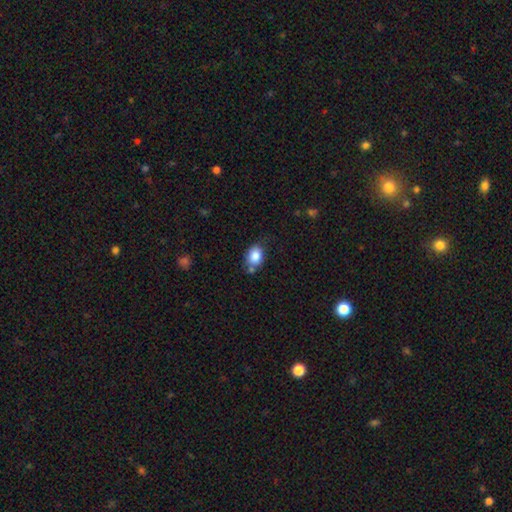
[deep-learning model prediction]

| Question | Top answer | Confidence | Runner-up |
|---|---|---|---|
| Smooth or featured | smooth | 85% | star or artifact (8%) |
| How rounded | in between | 65% | round (34%) |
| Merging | none | 59% | minor disturbance (23%) |